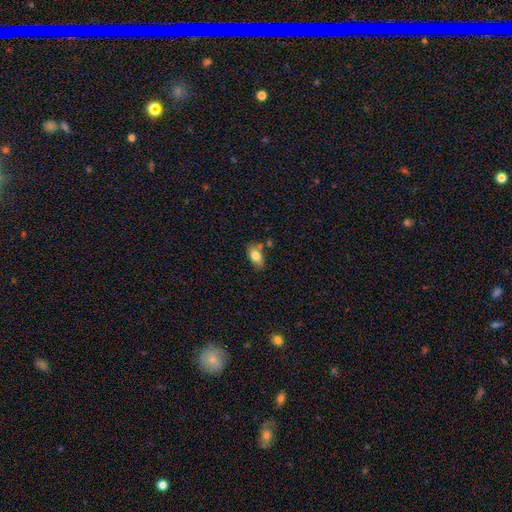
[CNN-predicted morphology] Smooth or featured: smooth — 79% (featured or disk — 13%)
How rounded: in between — 89% (round — 6%)
Merging: none — 71% (minor disturbance — 16%)